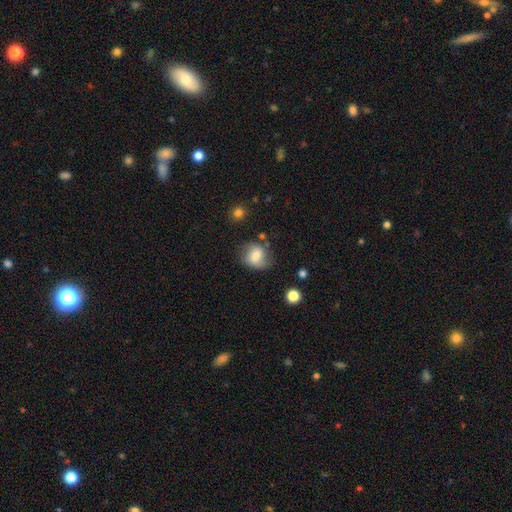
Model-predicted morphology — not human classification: A smooth galaxy with no disk features (66%) that is round (59%). Merging: none (63%).